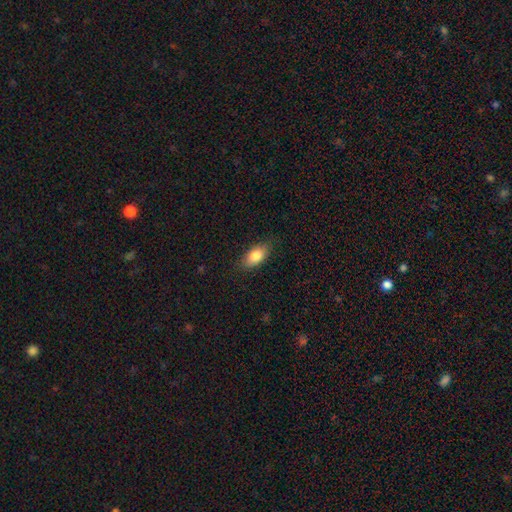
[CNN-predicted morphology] The model was most divided on "merging": none: 83%, minor disturbance: 13%, major disturbance: 3%, merger: 1%. More confident: how rounded — in between (89%); smooth or featured — smooth (83%).